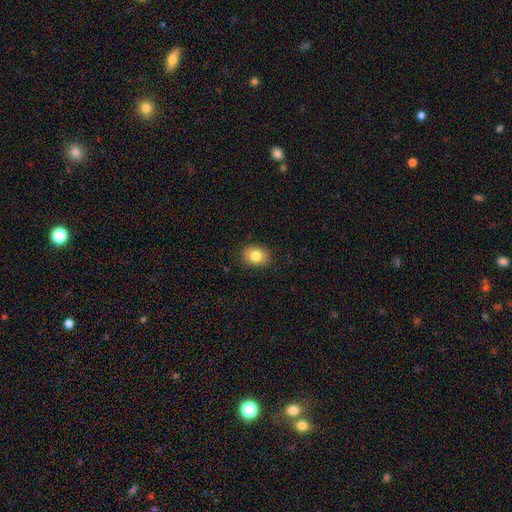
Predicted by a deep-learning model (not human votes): Q: Smooth or featured?
A: smooth (81%); runner-up: star or artifact (10%)
Q: How rounded?
A: round (52%); runner-up: in between (47%)
Q: Merging?
A: none (84%); runner-up: minor disturbance (12%)